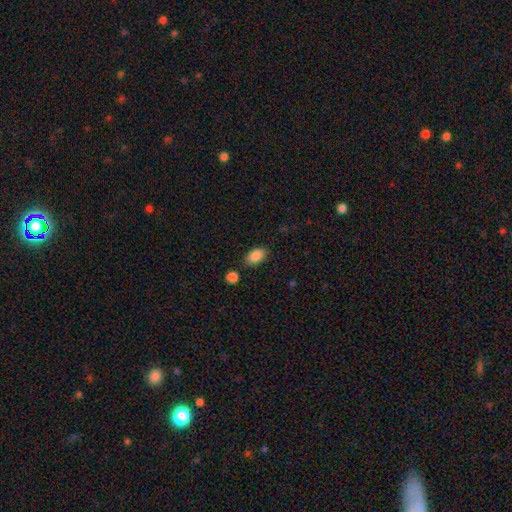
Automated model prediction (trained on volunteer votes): Smooth or featured?
  - smooth: 87% *
  - star or artifact: 7%
  - featured or disk: 5%
How rounded?
  - in between: 91% *
  - round: 7%
  - cigar-shaped: 2%
Merging?
  - none: 83% *
  - minor disturbance: 11%
  - merger: 4%
  - major disturbance: 3%